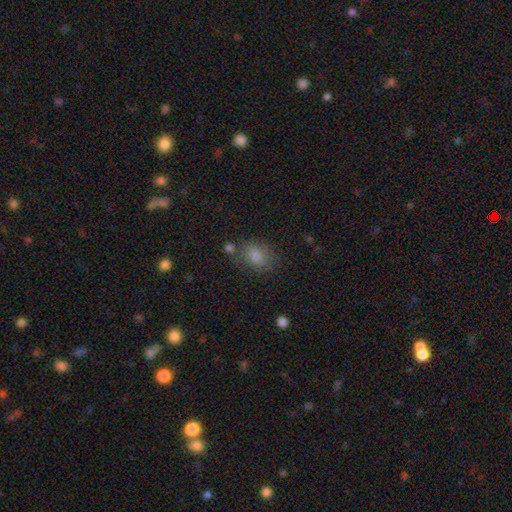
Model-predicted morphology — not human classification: Smooth or featured: smooth — 82% (star or artifact — 10%)
How rounded: in between — 75% (round — 23%)
Merging: none — 65% (minor disturbance — 20%)